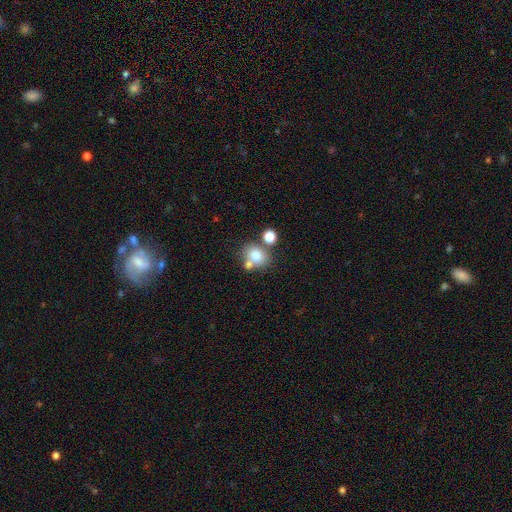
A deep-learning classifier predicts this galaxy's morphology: The model was most divided on "how rounded": round: 55%, in between: 44%, cigar-shaped: 1%. More confident: smooth or featured — smooth (76%); merging — none (51%).